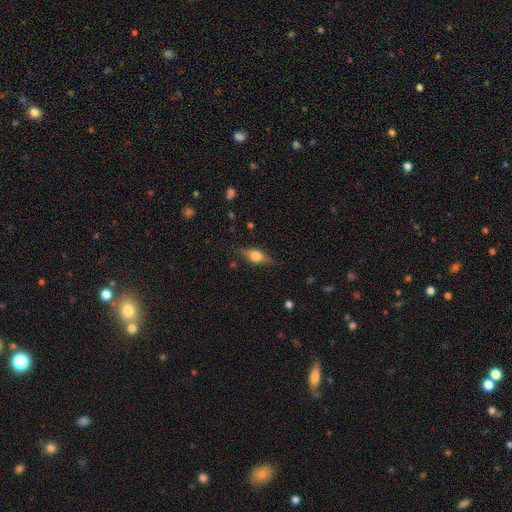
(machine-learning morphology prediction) This is possibly a featured or disk galaxy (47%). Merging: clearly none (81%).